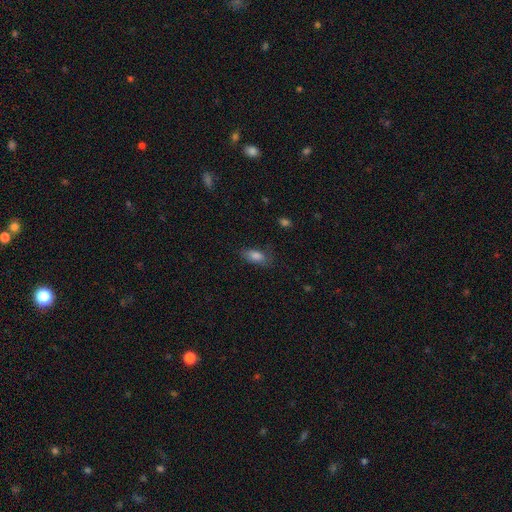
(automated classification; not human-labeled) Overall: smooth (81%). How rounded: in between (86%). Merging: none (66%).